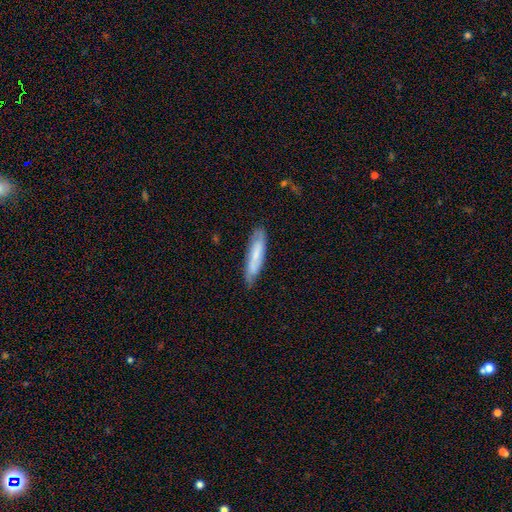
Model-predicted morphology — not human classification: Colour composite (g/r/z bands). It shows a smooth galaxy with no disk features (55%) that is cigar-shaped (78%). Merging: none (79%).